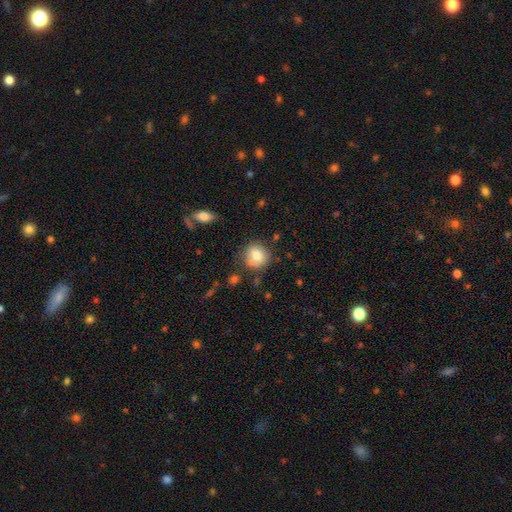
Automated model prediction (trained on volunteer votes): Q: Smooth or featured?
A: smooth (77%); runner-up: featured or disk (14%)
Q: How rounded?
A: round (85%); runner-up: in between (14%)
Q: Merging?
A: none (69%); runner-up: minor disturbance (16%)